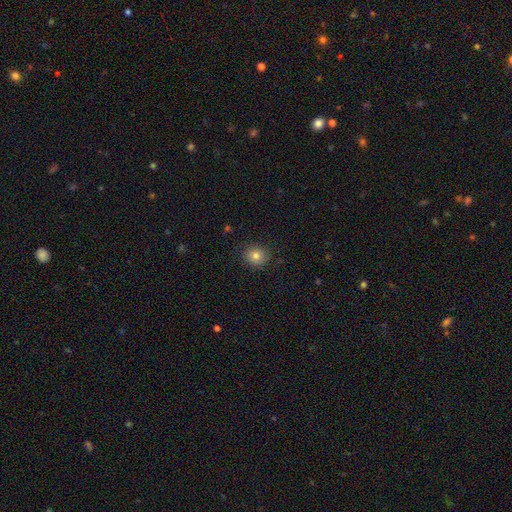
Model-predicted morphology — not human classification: This appears to be a smooth galaxy with no disk features (79%) that is round (85%). Merging: none (87%).